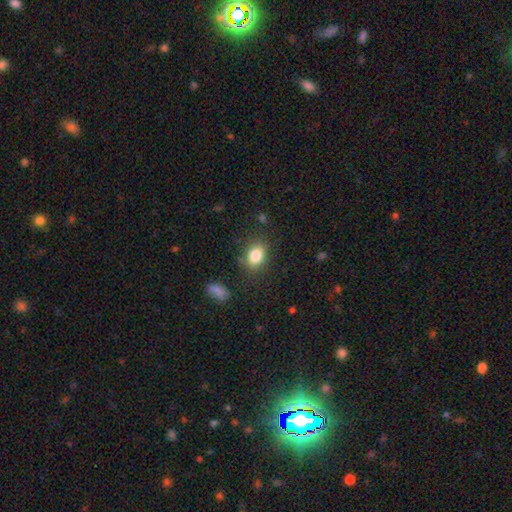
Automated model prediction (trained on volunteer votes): A smooth galaxy with no disk features (83%) that is in between round and cigar-shaped (70%).

Vote fractions:
- Smooth or featured? smooth: 83% / star or artifact: 10% / featured or disk: 7%
- How rounded? in between: 70% / round: 29% / cigar-shaped: 1%
- Merging? none: 79% / minor disturbance: 14% / major disturbance: 4% / merger: 3%